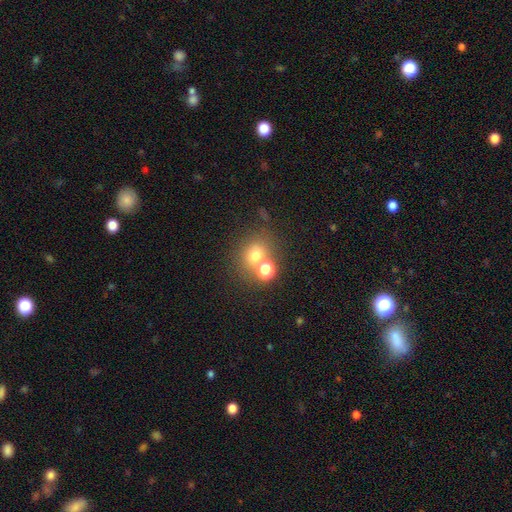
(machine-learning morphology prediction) The model was most divided on "merging": none: 57%, merger: 30%, minor disturbance: 9%, major disturbance: 5%. More confident: how rounded — round (76%); smooth or featured — smooth (69%).